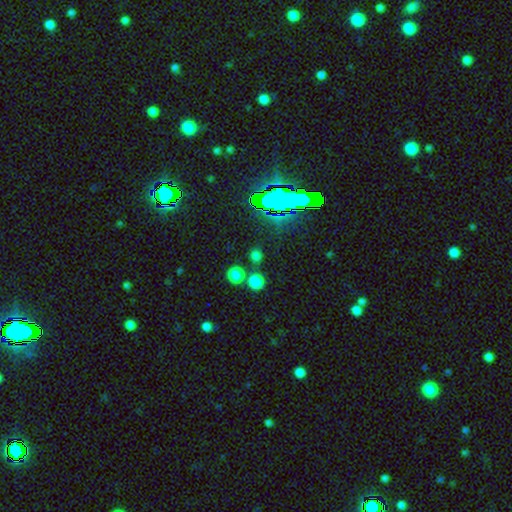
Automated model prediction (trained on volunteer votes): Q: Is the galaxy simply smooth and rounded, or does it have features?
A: smooth — 70%.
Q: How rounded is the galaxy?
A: round — 87%.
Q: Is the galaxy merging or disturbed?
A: none — 78%.